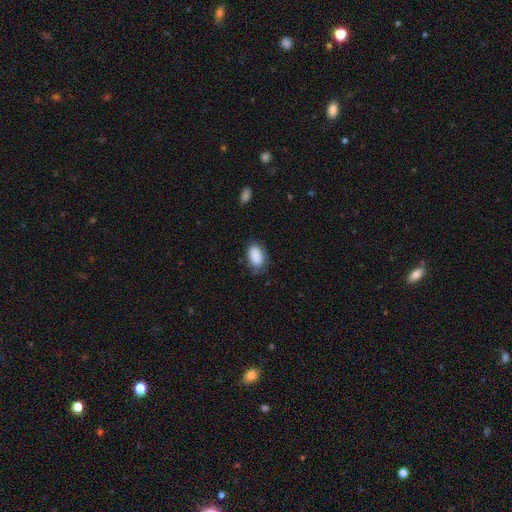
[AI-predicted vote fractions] Smooth or featured: smooth — 88% (star or artifact — 7%)
How rounded: in between — 91% (round — 7%)
Merging: none — 70% (minor disturbance — 23%)